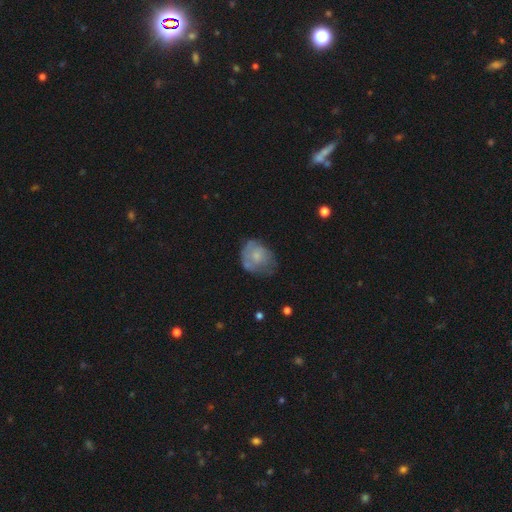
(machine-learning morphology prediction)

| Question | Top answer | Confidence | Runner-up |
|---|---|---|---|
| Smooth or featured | smooth | 55% | featured or disk (37%) |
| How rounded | round | 51% | in between (48%) |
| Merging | none | 40% | minor disturbance (35%) |